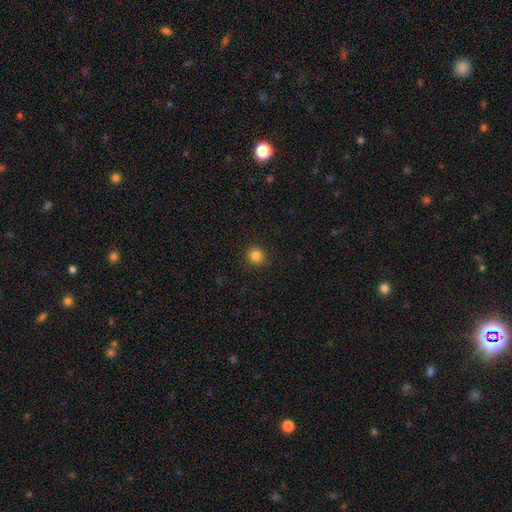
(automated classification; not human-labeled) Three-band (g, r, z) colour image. It shows a smooth galaxy with no disk features (84%) that is round (91%). Merging: none (91%).